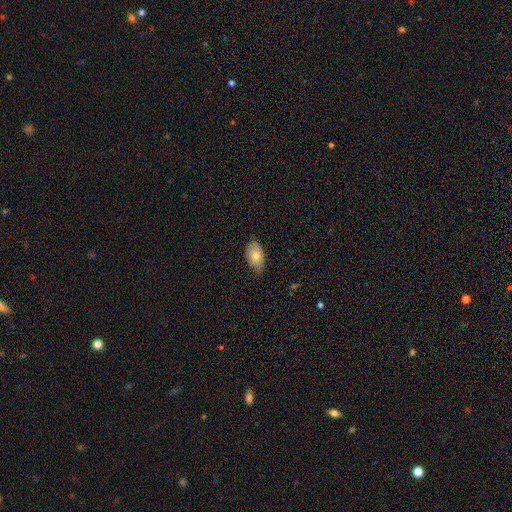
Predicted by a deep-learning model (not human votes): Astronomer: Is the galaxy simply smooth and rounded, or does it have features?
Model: smooth — 79%.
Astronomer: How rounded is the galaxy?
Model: in between — 93%.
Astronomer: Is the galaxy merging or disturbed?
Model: none — 72%.